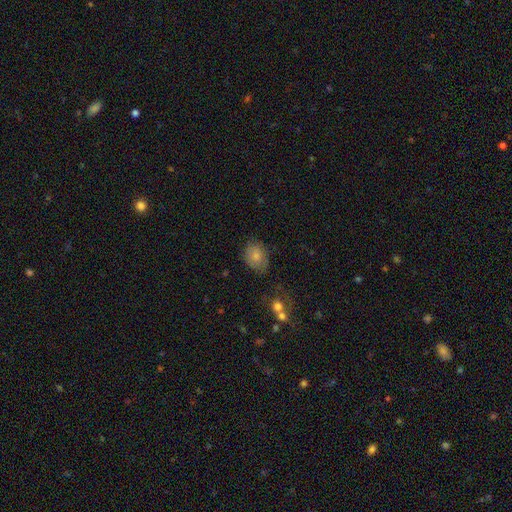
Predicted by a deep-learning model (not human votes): This is likely a smooth galaxy (75%). How rounded: likely in between (63%). Merging: likely none (67%).